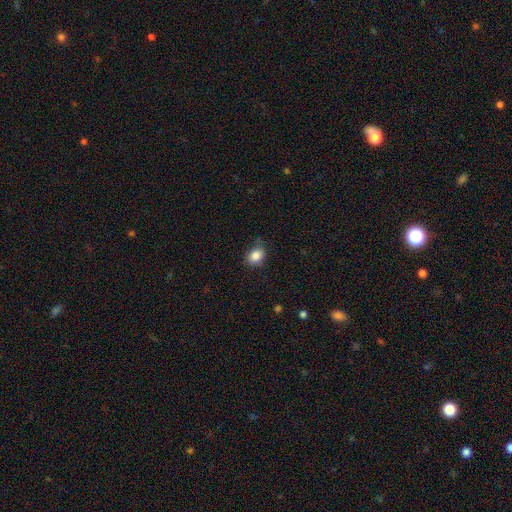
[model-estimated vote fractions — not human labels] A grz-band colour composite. It shows a smooth galaxy with no disk features (85%) that is in between round and cigar-shaped (58%). Merging: none (75%).